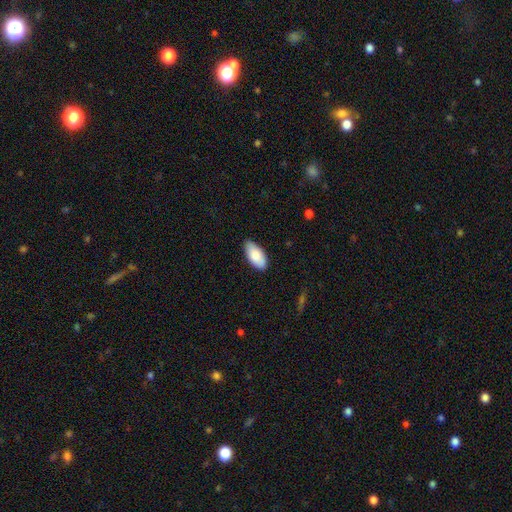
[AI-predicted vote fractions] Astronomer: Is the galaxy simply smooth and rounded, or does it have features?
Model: smooth — 85%.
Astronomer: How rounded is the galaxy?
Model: in between — 94%.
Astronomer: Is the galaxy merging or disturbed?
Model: none — 84%.